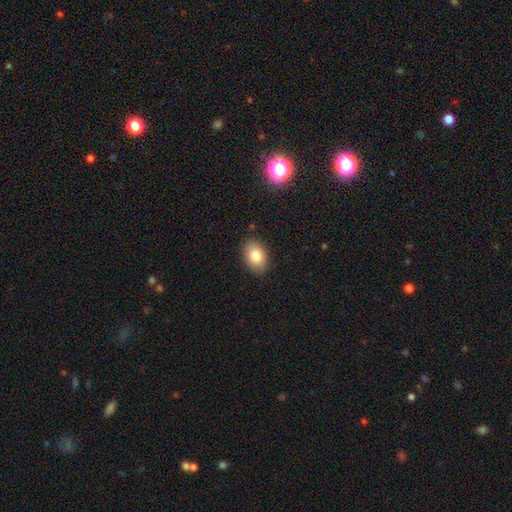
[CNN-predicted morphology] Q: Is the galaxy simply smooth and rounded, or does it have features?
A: smooth — 82%.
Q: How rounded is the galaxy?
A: in between — 82%.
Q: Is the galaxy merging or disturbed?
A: none — 87%.